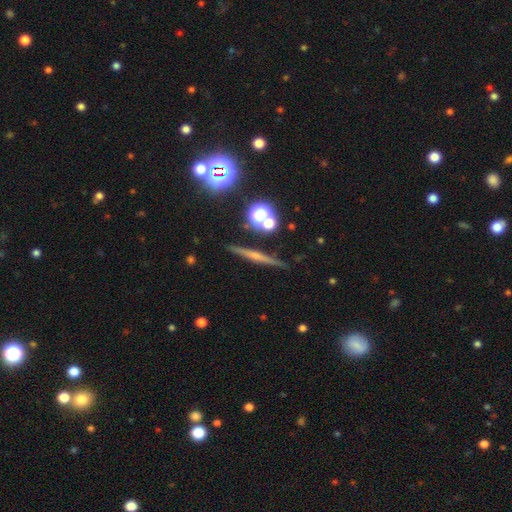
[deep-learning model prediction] A featured or disk galaxy (51%) viewed edge-on (96%). Merging: none (87%).